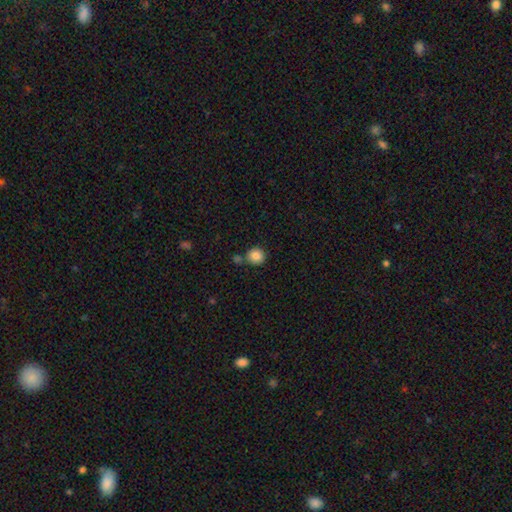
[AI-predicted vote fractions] Smooth or featured? smooth (86%)
How rounded? round (91%)
Merging? none (73%)